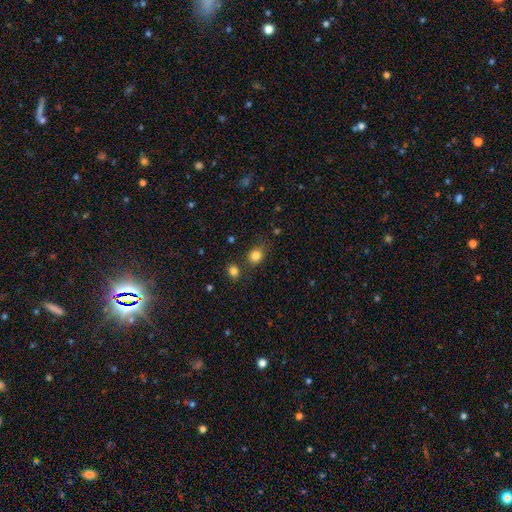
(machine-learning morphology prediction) A smooth galaxy with no disk features (83%) that is round (70%).

Vote fractions:
- Smooth or featured? smooth: 83% / star or artifact: 12% / featured or disk: 5%
- How rounded? round: 70% / in between: 29% / cigar-shaped: 1%
- Merging? none: 73% / minor disturbance: 14% / merger: 9% / major disturbance: 4%